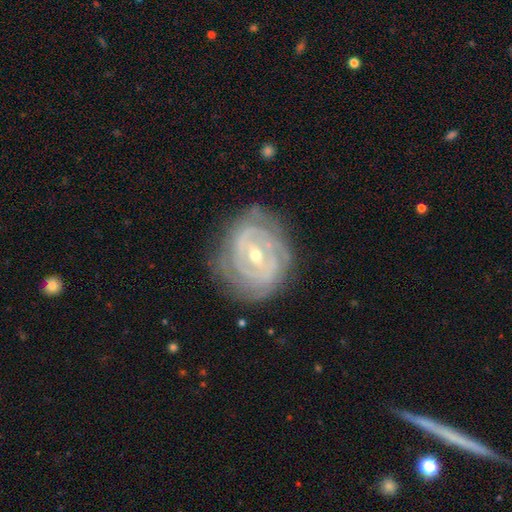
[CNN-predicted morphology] featured or disk 87%, smooth 8%, star or artifact 5%. Down the decision tree: edge-on disk — no (96%); bar — weak (47%); spiral arms — yes (92%); spiral arm count — can't tell (37%); spiral winding — tight (77%); bulge size — small (50%); merging — none (73%).